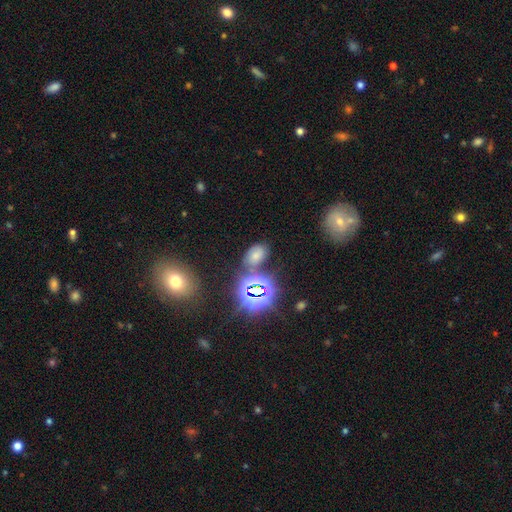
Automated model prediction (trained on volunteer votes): This appears to be a smooth galaxy with no disk features (49%). Merging: none (65%).